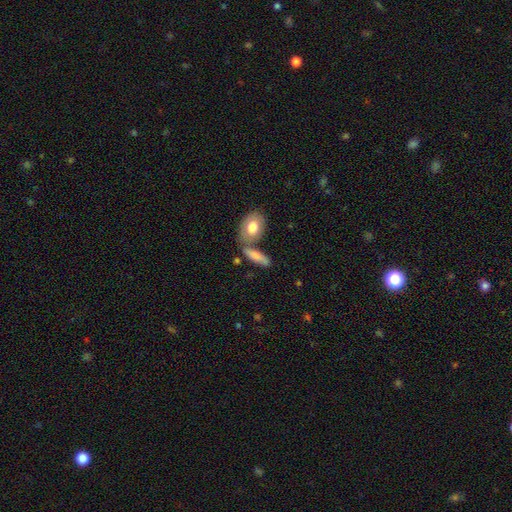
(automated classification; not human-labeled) Smooth or featured: smooth — 76% (featured or disk — 18%)
How rounded: in between — 60% (cigar-shaped — 35%)
Merging: none — 54% (merger — 26%)